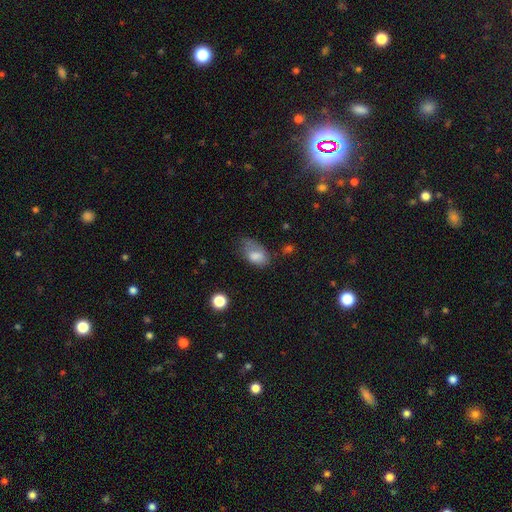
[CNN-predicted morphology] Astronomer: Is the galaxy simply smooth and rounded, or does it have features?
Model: smooth — 74%.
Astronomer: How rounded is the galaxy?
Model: in between — 89%.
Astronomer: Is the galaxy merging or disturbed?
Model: minor disturbance — 37% (runner-up: none, 30%).